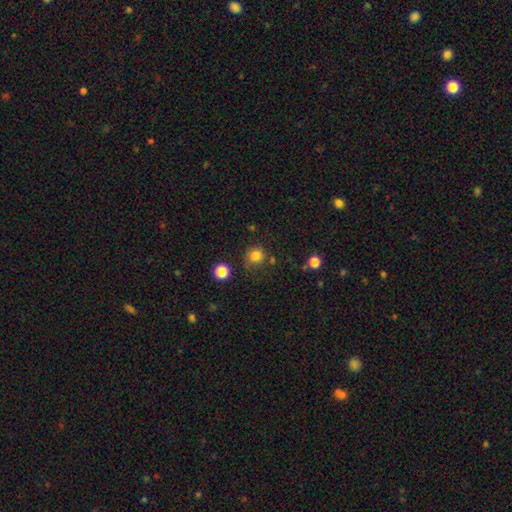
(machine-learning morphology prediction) Smooth or featured: smooth — 81% (star or artifact — 13%)
How rounded: round — 90% (in between — 9%)
Merging: none — 76% (minor disturbance — 14%)